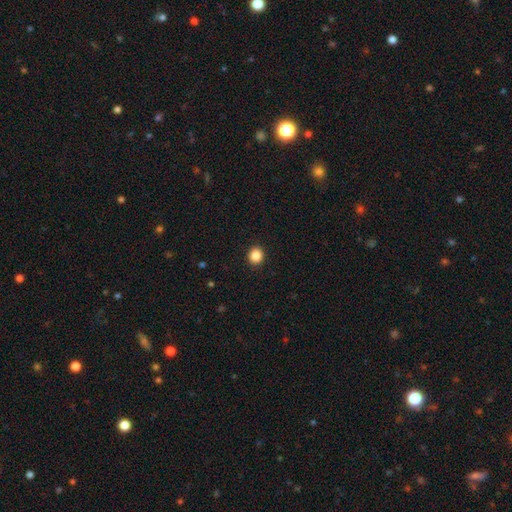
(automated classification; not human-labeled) Smooth or featured: smooth — 87% (star or artifact — 10%)
How rounded: round — 85% (in between — 14%)
Merging: none — 92% (minor disturbance — 5%)